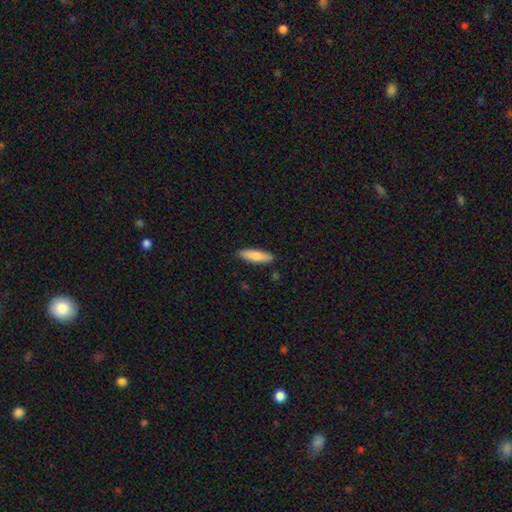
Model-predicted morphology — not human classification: Smooth or featured?
  - smooth: 79% *
  - featured or disk: 16%
  - star or artifact: 6%
How rounded?
  - cigar-shaped: 58% *
  - in between: 40%
  - round: 2%
Merging?
  - none: 88% *
  - minor disturbance: 9%
  - major disturbance: 2%
  - merger: 1%